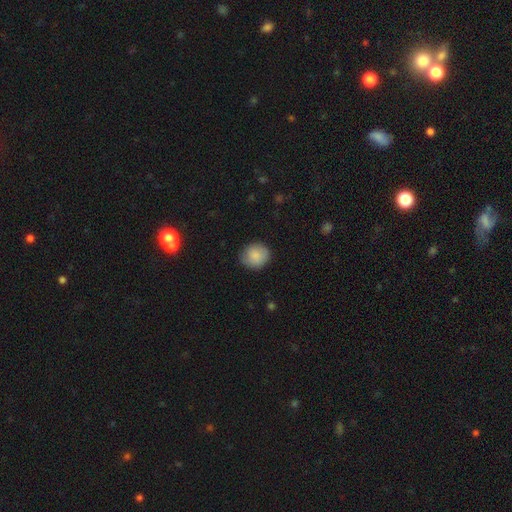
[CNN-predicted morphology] Smooth or featured: smooth — 86% (star or artifact — 7%)
How rounded: round — 83% (in between — 16%)
Merging: none — 81% (minor disturbance — 15%)